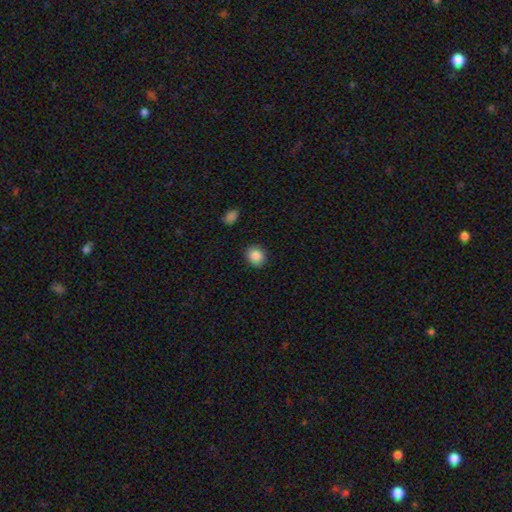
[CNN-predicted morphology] A smooth galaxy with no disk features (87%) that is round (71%).

Vote fractions:
- Smooth or featured? smooth: 87% / star or artifact: 8% / featured or disk: 4%
- How rounded? round: 71% / in between: 28% / cigar-shaped: 1%
- Merging? none: 88% / minor disturbance: 8% / major disturbance: 2% / merger: 1%